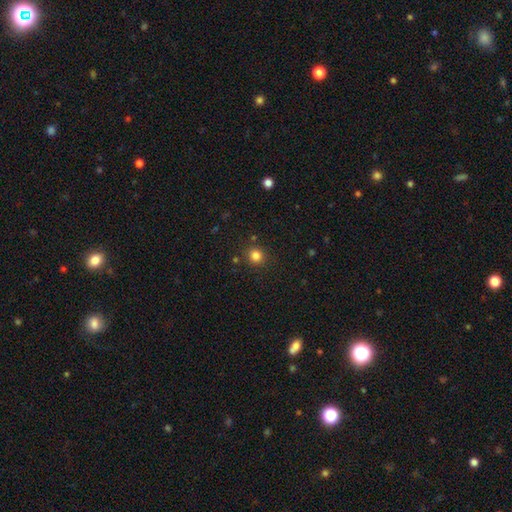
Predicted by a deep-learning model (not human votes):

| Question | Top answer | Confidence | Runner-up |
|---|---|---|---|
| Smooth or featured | smooth | 82% | star or artifact (14%) |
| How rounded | round | 92% | in between (7%) |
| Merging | none | 88% | minor disturbance (7%) |